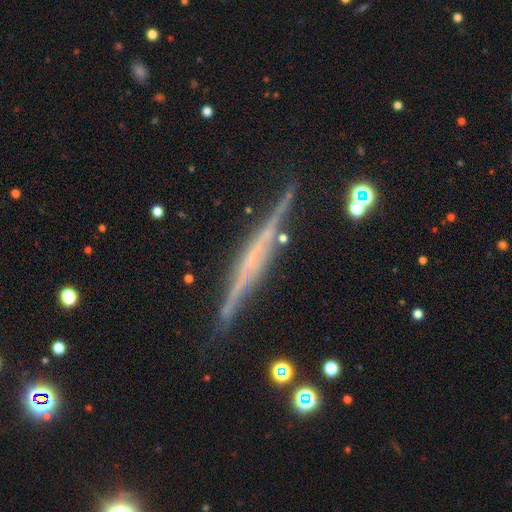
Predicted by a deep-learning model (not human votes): Smooth or featured? featured or disk (79%)
Edge-on disk? yes (98%)
Edge-on bulge? none (56%)
Merging? none (86%)